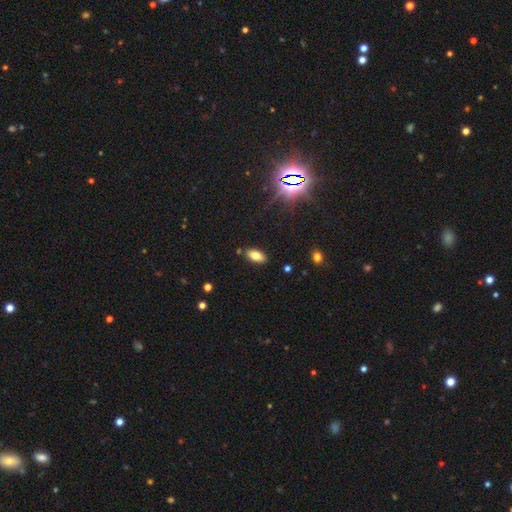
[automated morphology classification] Smooth or featured? Predicted: smooth (p=0.75). How rounded? Predicted: in between (p=0.90). Merging? Predicted: none (p=0.86).